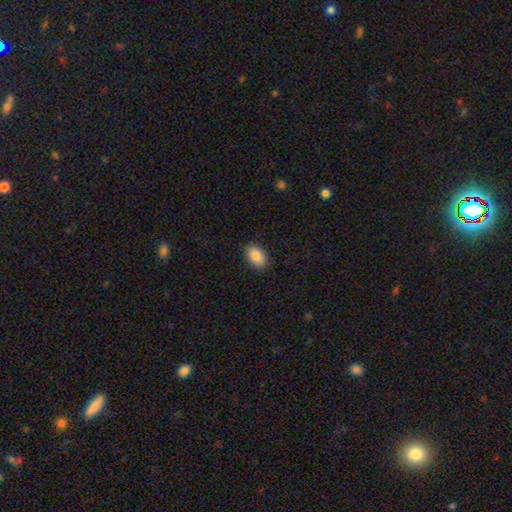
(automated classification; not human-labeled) This appears to be a smooth galaxy with no disk features (88%) that is in between round and cigar-shaped (89%). Merging: none (89%).